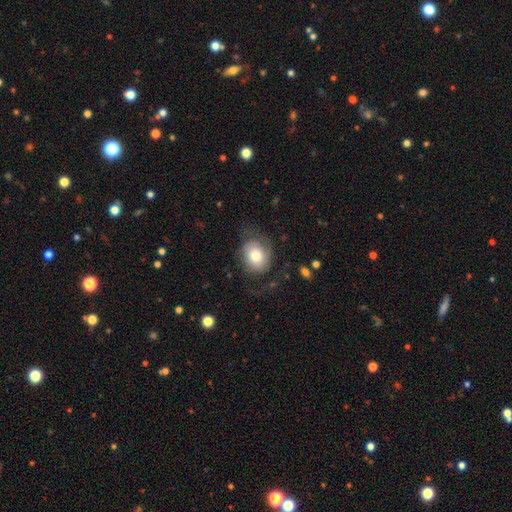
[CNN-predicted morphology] smooth-or-featured: smooth: 65% | featured or disk: 27% | star or artifact: 8%
  how-rounded: round: 64% | in between: 35% | cigar-shaped: 1%
  merging: none: 58% | major disturbance: 21% | minor disturbance: 20% | merger: 2%